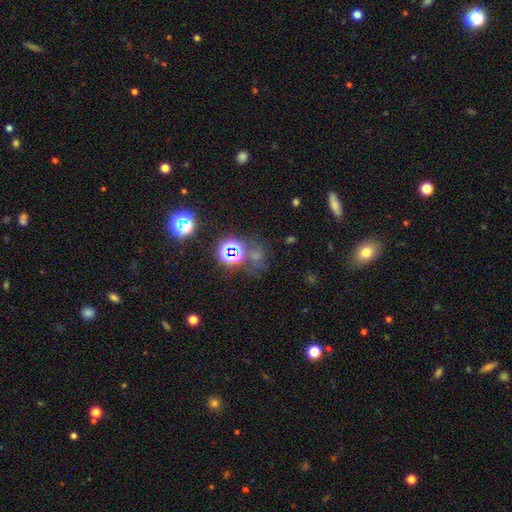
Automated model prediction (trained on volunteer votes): This is possibly a star or artifact rather than a galaxy (59%).